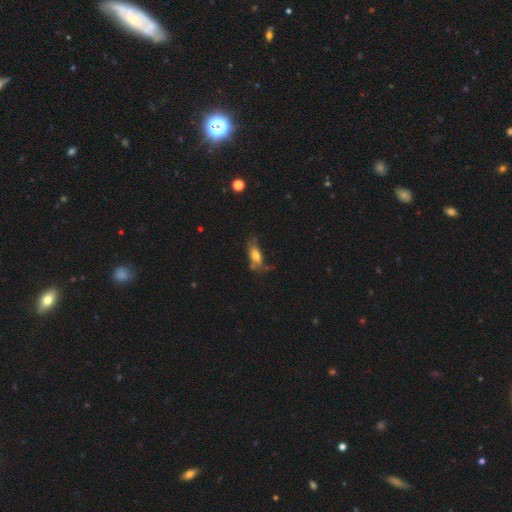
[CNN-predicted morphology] Smooth or featured? smooth (66%)
How rounded? in between (79%)
Merging? none (48%)